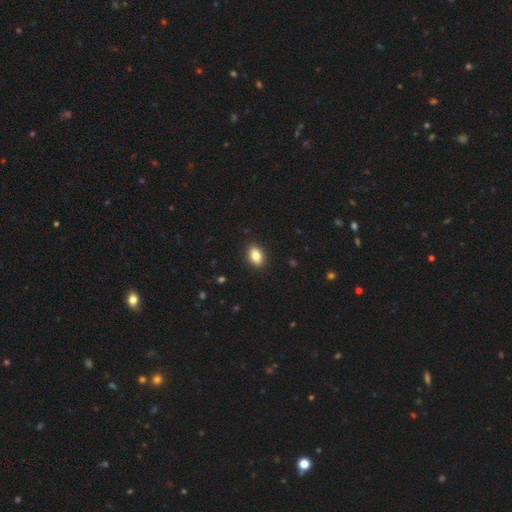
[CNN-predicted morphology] smooth_or_featured: smooth (p=0.85) [alt: star or artifact p=0.08]
how_rounded: in between (p=0.86) [alt: round p=0.12]
merging: none (p=0.90) [alt: minor disturbance p=0.07]